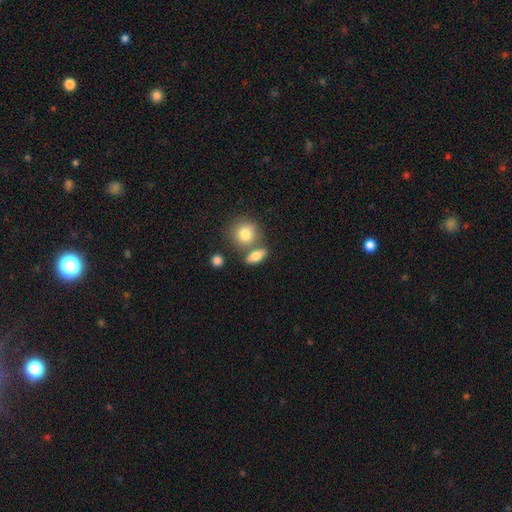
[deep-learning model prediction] Smooth or featured? Predicted: smooth (p=0.75). How rounded? Predicted: in between (p=0.69). Merging? Predicted: none (p=0.63).